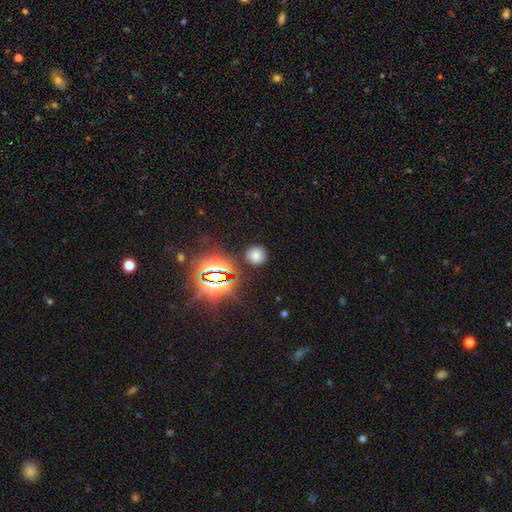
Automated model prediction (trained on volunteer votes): A smooth galaxy with no disk features (64%) that is round (88%).

Vote fractions:
- Smooth or featured? smooth: 64% / star or artifact: 24% / featured or disk: 12%
- How rounded? round: 88% / in between: 11% / cigar-shaped: 1%
- Merging? none: 85% / minor disturbance: 9% / major disturbance: 3% / merger: 2%